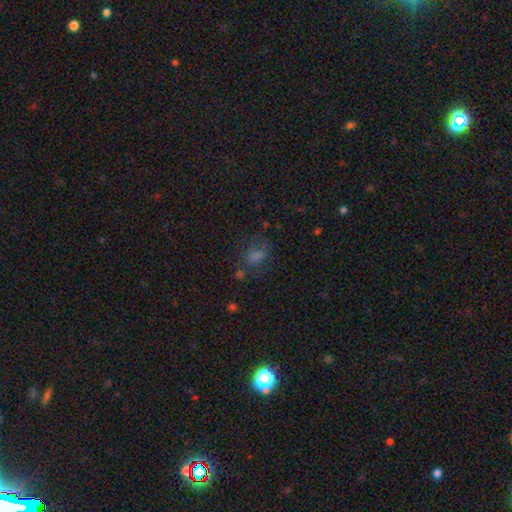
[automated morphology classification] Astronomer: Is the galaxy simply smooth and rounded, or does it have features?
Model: smooth — 47% (runner-up: star or artifact, 35%).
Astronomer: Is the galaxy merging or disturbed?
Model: none — 58%.